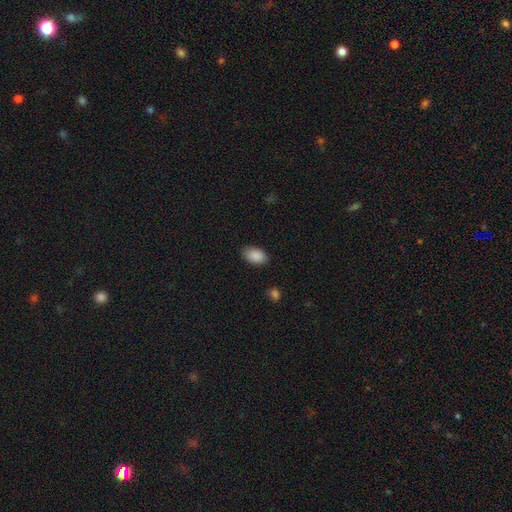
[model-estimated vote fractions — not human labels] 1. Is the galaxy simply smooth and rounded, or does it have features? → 89% smooth, 7% star or artifact, 4% featured or disk.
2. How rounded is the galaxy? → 91% in between, 8% round, 1% cigar-shaped.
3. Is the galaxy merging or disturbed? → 83% none, 13% minor disturbance, 3% major disturbance, 1% merger.